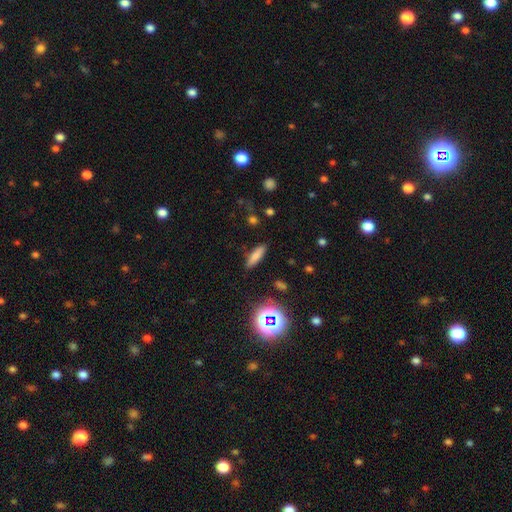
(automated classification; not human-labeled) Smooth or featured? Predicted: smooth (p=0.75). How rounded? Predicted: cigar-shaped (p=0.60). Merging? Predicted: none (p=0.86).